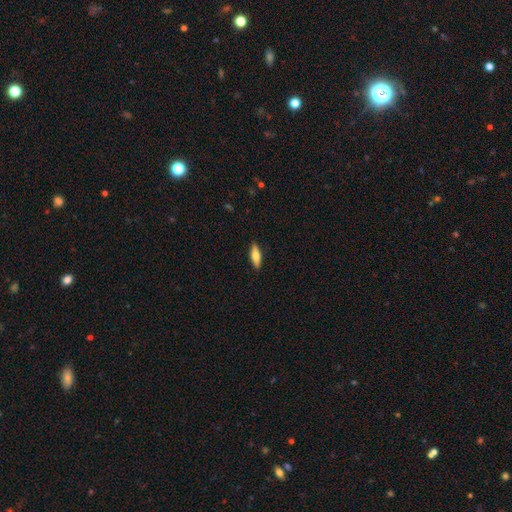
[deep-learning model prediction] Smooth or featured? Predicted: smooth (p=0.66). How rounded? Predicted: in between (p=0.51). Merging? Predicted: none (p=0.89).